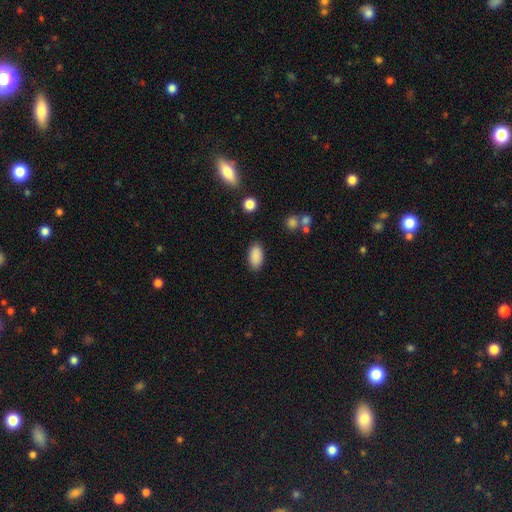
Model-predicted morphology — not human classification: smooth 89%, star or artifact 8%, featured or disk 3%. Down the decision tree: how rounded — in between (93%); merging — none (86%).